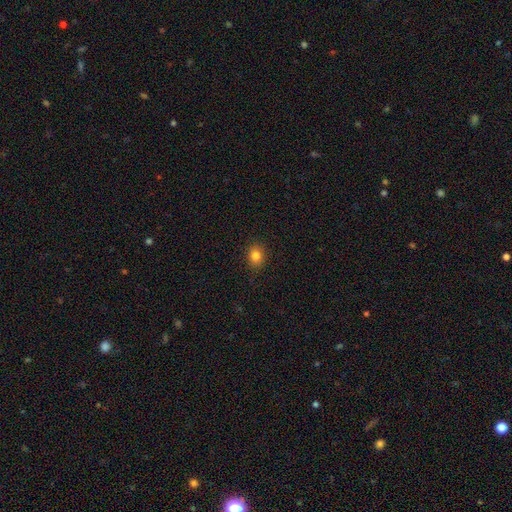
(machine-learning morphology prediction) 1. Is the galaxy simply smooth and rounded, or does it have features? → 82% smooth, 12% star or artifact, 6% featured or disk.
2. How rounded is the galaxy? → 63% round, 36% in between, 1% cigar-shaped.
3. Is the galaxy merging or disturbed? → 90% none, 7% minor disturbance, 2% major disturbance, 1% merger.